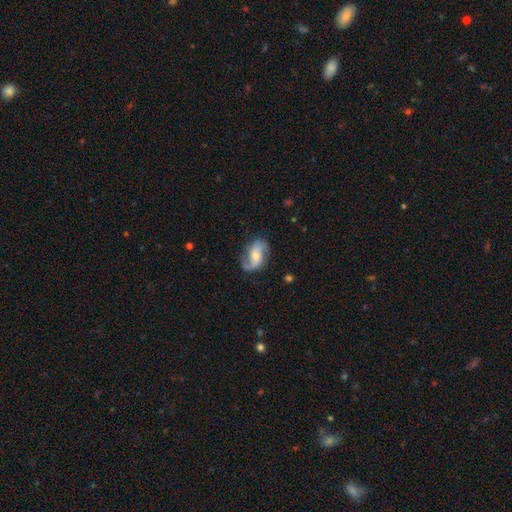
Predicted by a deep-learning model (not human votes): This appears to be a featured or disk galaxy (78%) with no bar (49%), 2 (84%) loose (51%) spiral arms (94%) and a moderate central bulge (48%). Merging: none (71%).